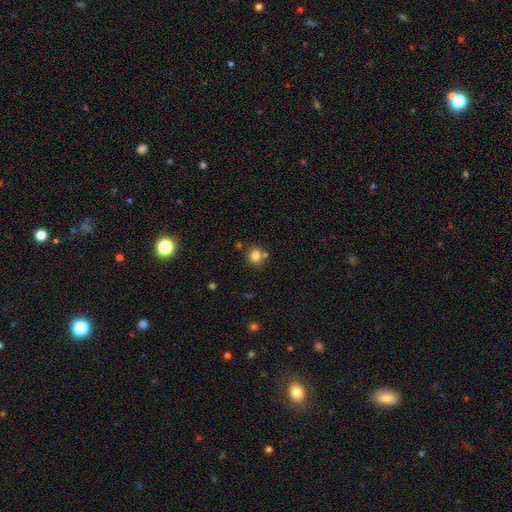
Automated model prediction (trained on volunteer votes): Smooth or featured?
  - smooth: 80% *
  - star or artifact: 12%
  - featured or disk: 8%
How rounded?
  - round: 81% *
  - in between: 18%
  - cigar-shaped: 1%
Merging?
  - none: 71% *
  - merger: 15%
  - minor disturbance: 11%
  - major disturbance: 3%